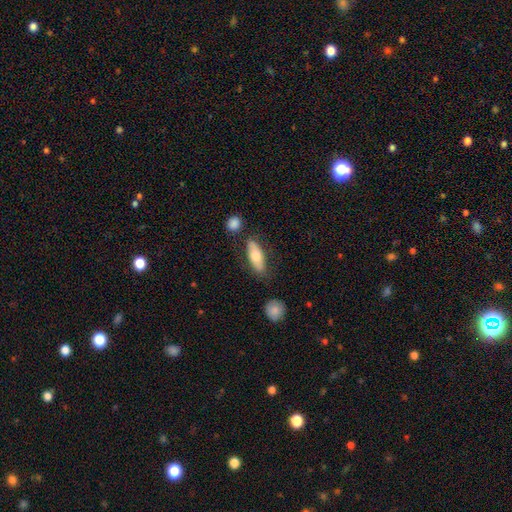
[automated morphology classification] Smooth or featured?
  - smooth: 66% *
  - featured or disk: 28%
  - star or artifact: 6%
How rounded?
  - in between: 68% *
  - cigar-shaped: 29%
  - round: 3%
Merging?
  - none: 74% *
  - minor disturbance: 16%
  - merger: 6%
  - major disturbance: 5%